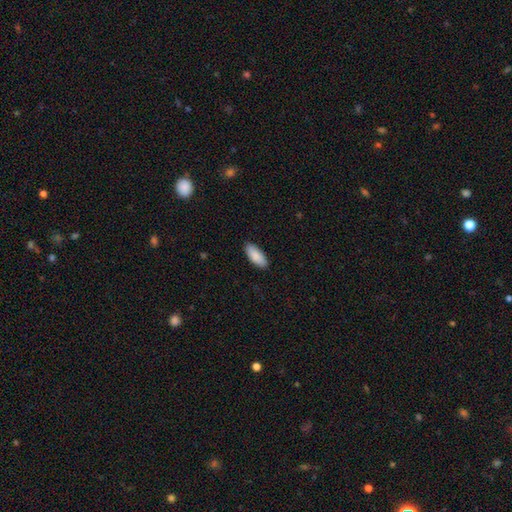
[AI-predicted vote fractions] smooth-or-featured: smooth: 90% | star or artifact: 5% | featured or disk: 5%
  how-rounded: in between: 84% | cigar-shaped: 14% | round: 2%
  merging: none: 89% | minor disturbance: 8% | major disturbance: 2% | merger: 1%